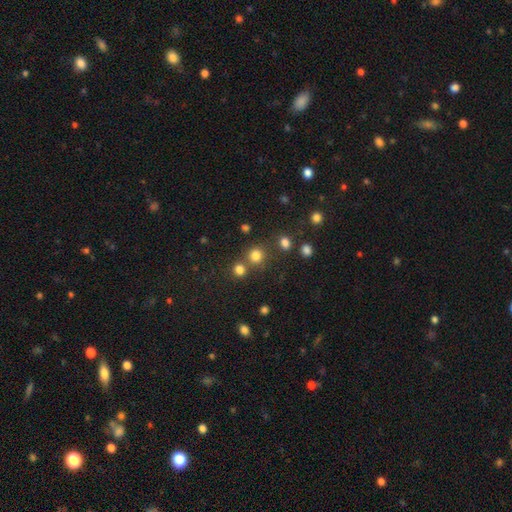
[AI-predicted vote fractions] Morphology: type=smooth (78%); roundness=round (89%); merging=none (69%).